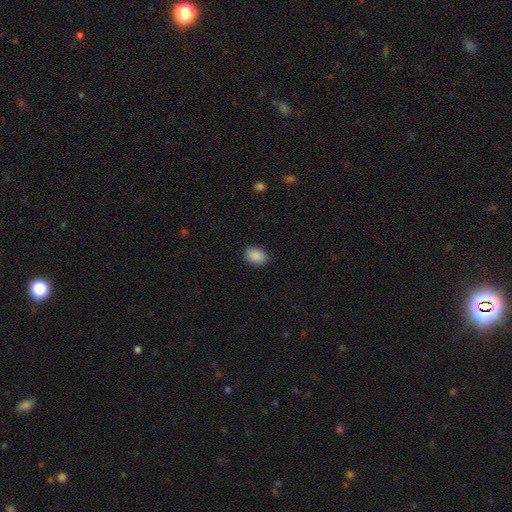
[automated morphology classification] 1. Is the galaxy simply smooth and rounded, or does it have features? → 90% smooth, 7% star or artifact, 3% featured or disk.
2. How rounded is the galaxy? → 82% in between, 17% round, 1% cigar-shaped.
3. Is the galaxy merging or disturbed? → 88% none, 9% minor disturbance, 2% major disturbance, 1% merger.